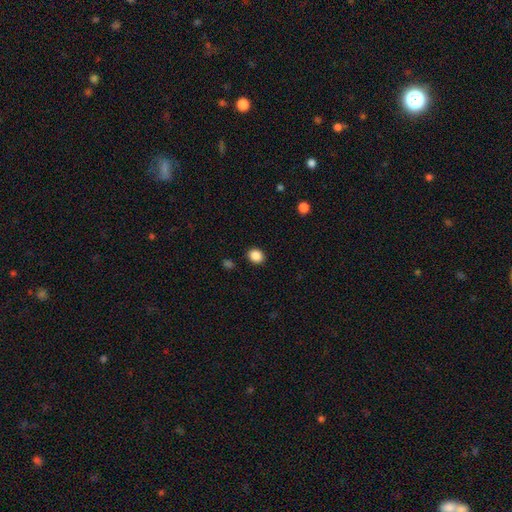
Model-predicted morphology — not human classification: A smooth galaxy with no disk features (87%) that is round (67%).

Vote fractions:
- Smooth or featured? smooth: 87% / star or artifact: 10% / featured or disk: 3%
- How rounded? round: 67% / in between: 32% / cigar-shaped: 1%
- Merging? none: 90% / minor disturbance: 6% / major disturbance: 2% / merger: 1%